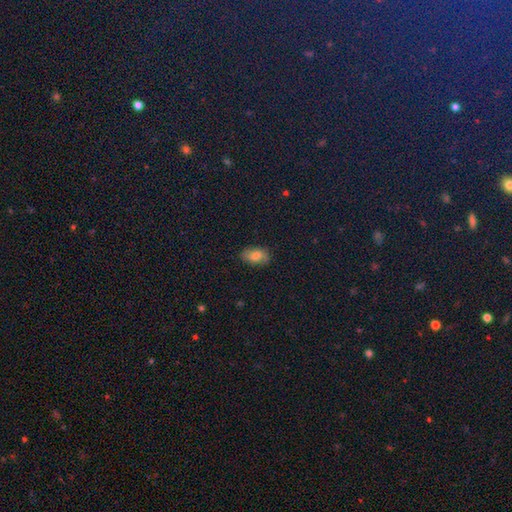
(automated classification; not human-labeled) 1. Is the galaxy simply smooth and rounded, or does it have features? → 74% smooth, 16% featured or disk, 10% star or artifact.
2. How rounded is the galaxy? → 91% in between, 7% round, 2% cigar-shaped.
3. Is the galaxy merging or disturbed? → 81% none, 15% minor disturbance, 3% major disturbance, 1% merger.